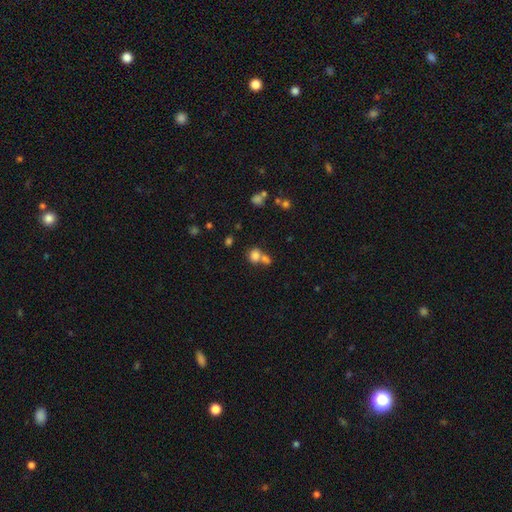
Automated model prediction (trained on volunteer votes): Smooth or featured: smooth — 77% (star or artifact — 13%)
How rounded: round — 60% (in between — 39%)
Merging: merger — 49% (none — 38%)